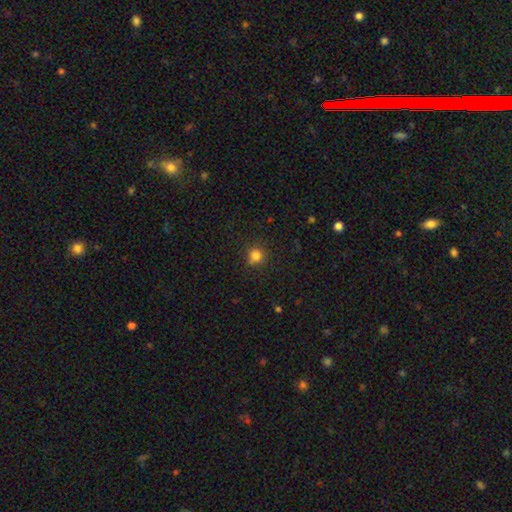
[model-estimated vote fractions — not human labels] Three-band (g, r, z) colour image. It shows a smooth galaxy with no disk features (82%) that is round (92%). Merging: none (84%).